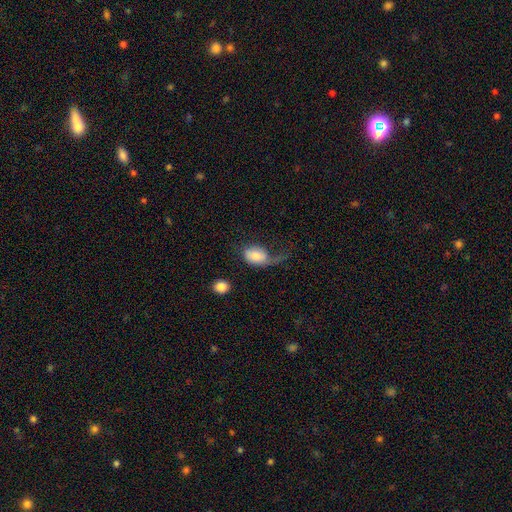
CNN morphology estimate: Smooth or featured? smooth (69%)
How rounded? in between (80%)
Merging? major disturbance (51%)